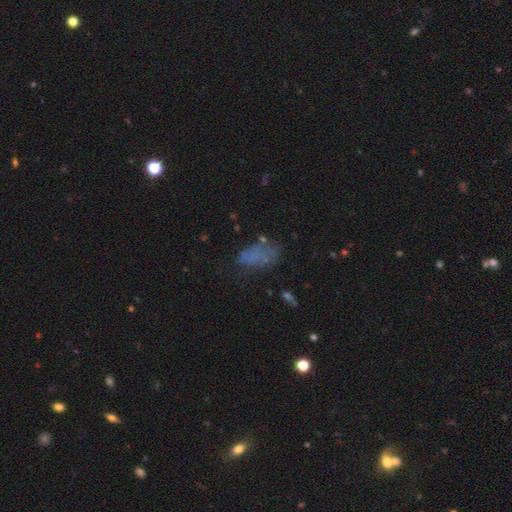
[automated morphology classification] The model was most divided on "merging": none: 43%, major disturbance: 26%, minor disturbance: 24%, merger: 8%. More confident: how rounded — in between (87%); smooth or featured — smooth (56%).